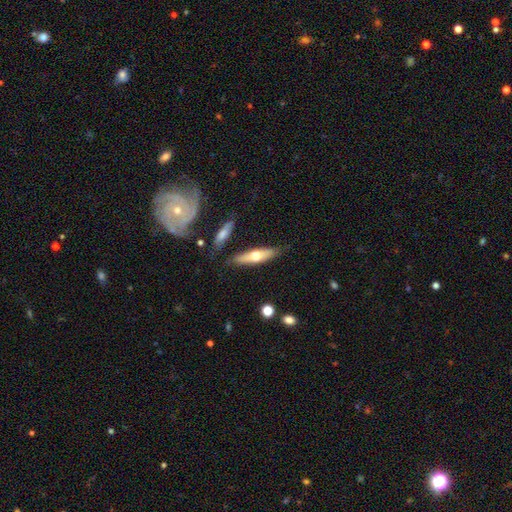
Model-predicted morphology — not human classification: A smooth galaxy with no disk features (52%) that is cigar-shaped (64%). Merging: none (81%).